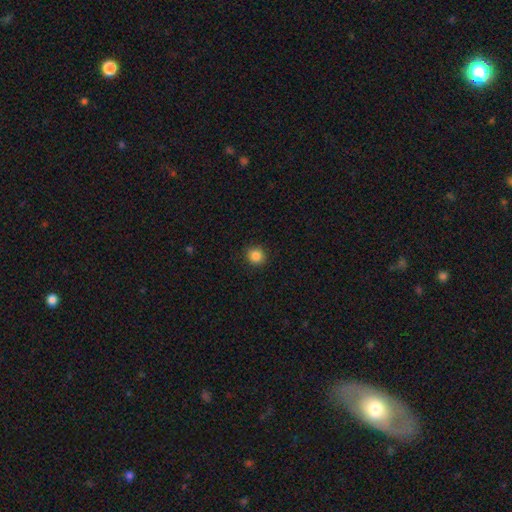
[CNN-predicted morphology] This appears to be a smooth galaxy with no disk features (86%) that is round (92%). Merging: none (92%).